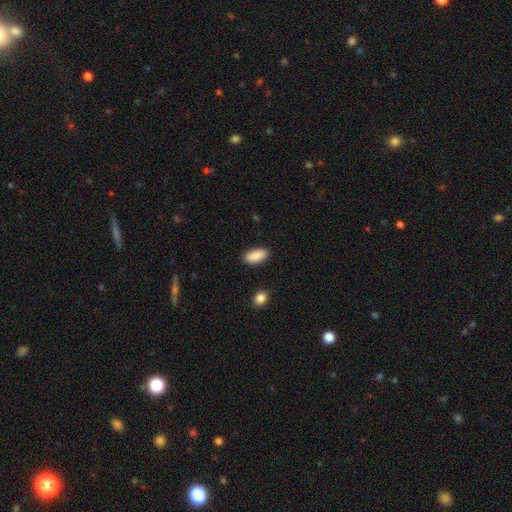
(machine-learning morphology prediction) smooth-or-featured: smooth: 90% | star or artifact: 6% | featured or disk: 3%
  how-rounded: in between: 90% | cigar-shaped: 7% | round: 2%
  merging: none: 89% | minor disturbance: 7% | major disturbance: 2% | merger: 1%